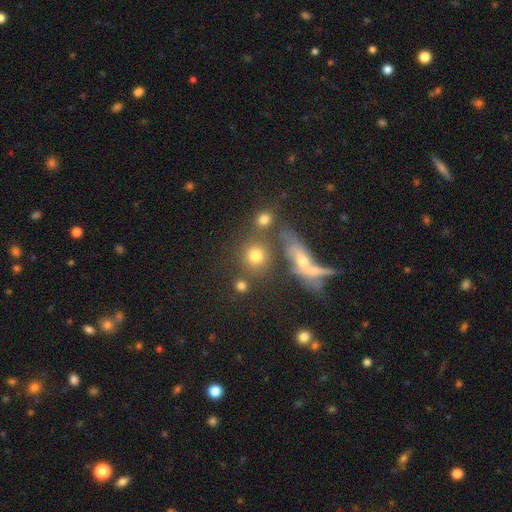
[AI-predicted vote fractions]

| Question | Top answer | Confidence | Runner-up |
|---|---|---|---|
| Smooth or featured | smooth | 72% | star or artifact (15%) |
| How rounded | round | 79% | in between (18%) |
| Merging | none | 62% | merger (20%) |